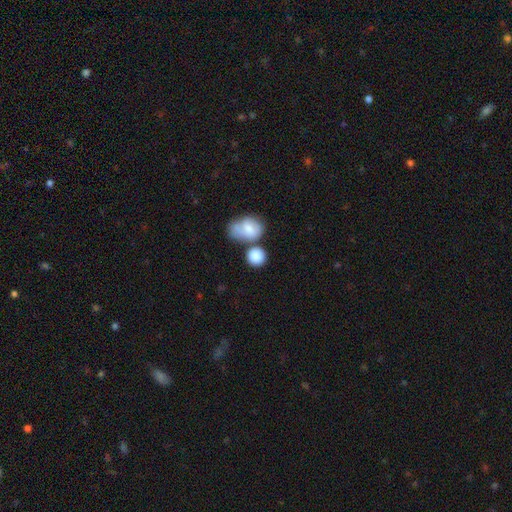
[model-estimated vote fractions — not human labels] Smooth or featured?
  - smooth: 86% *
  - featured or disk: 8%
  - star or artifact: 7%
How rounded?
  - round: 79% *
  - in between: 19%
  - cigar-shaped: 1%
Merging?
  - none: 55% *
  - merger: 26%
  - minor disturbance: 14%
  - major disturbance: 5%